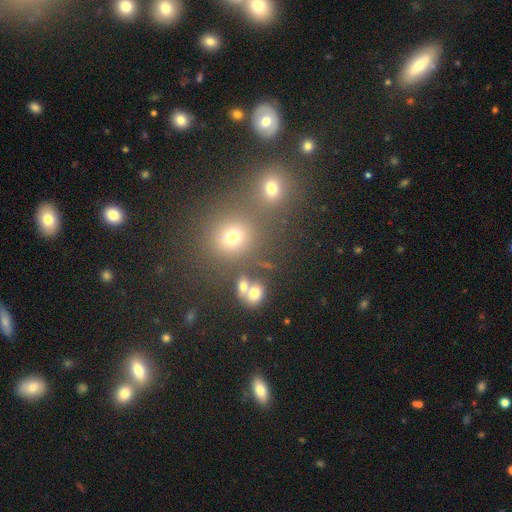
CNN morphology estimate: A smooth galaxy with no disk features (52%) that is round (86%).

Vote fractions:
- Smooth or featured? smooth: 52% / star or artifact: 39% / featured or disk: 9%
- How rounded? round: 86% / in between: 12% / cigar-shaped: 1%
- Merging? none: 74% / merger: 14% / minor disturbance: 8% / major disturbance: 4%